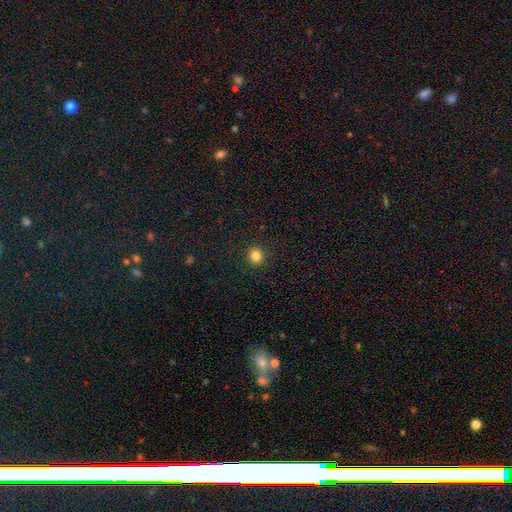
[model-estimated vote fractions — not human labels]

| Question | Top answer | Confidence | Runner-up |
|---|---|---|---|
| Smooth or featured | smooth | 83% | star or artifact (12%) |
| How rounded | round | 90% | in between (9%) |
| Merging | none | 92% | minor disturbance (6%) |